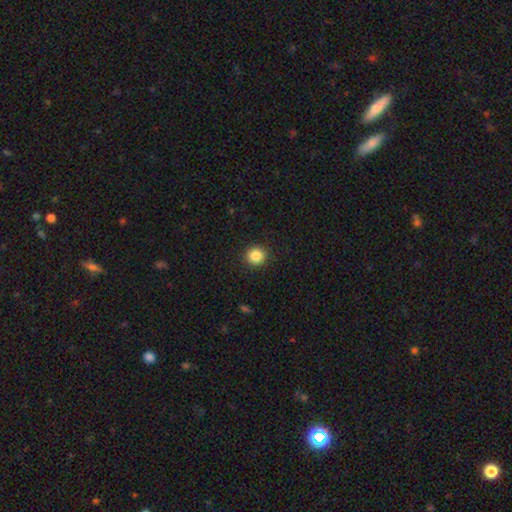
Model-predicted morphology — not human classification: Q: Smooth or featured?
A: smooth (86%); runner-up: star or artifact (10%)
Q: How rounded?
A: round (93%); runner-up: in between (6%)
Q: Merging?
A: none (92%); runner-up: minor disturbance (5%)